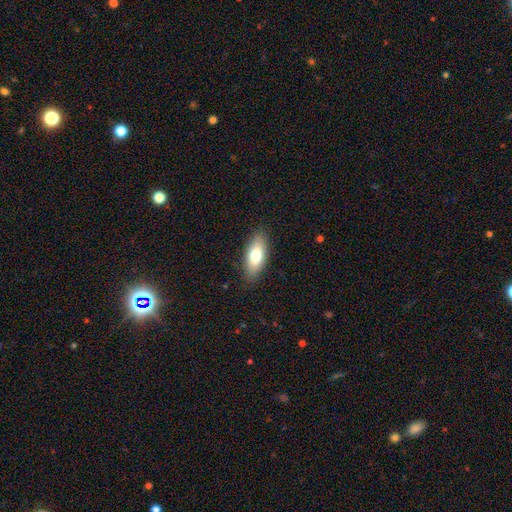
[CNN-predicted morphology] This appears to be a smooth galaxy with no disk features (74%) that is in between round and cigar-shaped (79%). Merging: none (87%).